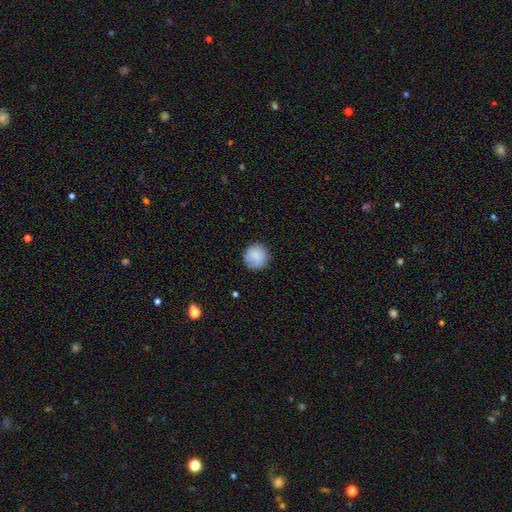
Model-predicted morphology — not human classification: Smooth or featured? smooth (88%)
How rounded? round (94%)
Merging? none (88%)